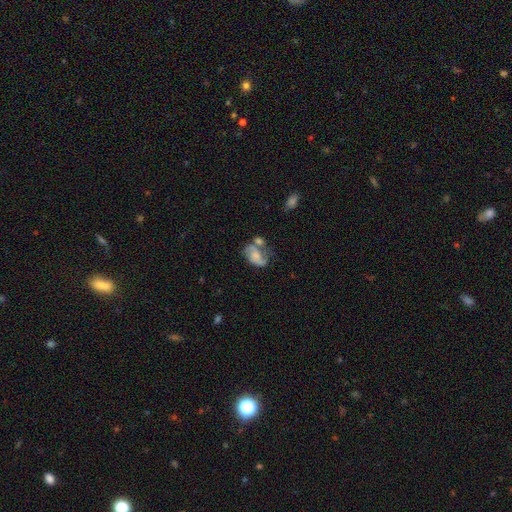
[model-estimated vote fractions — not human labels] Smooth or featured: featured or disk — 56% (smooth — 36%)
Edge-on disk: no — 97% (yes — 3%)
Bar: no — 66% (weak — 27%)
Spiral arms: yes — 80% (no — 20%)
Bulge size: small — 37% (moderate — 27%)
Merging: none — 33% (merger — 27%)